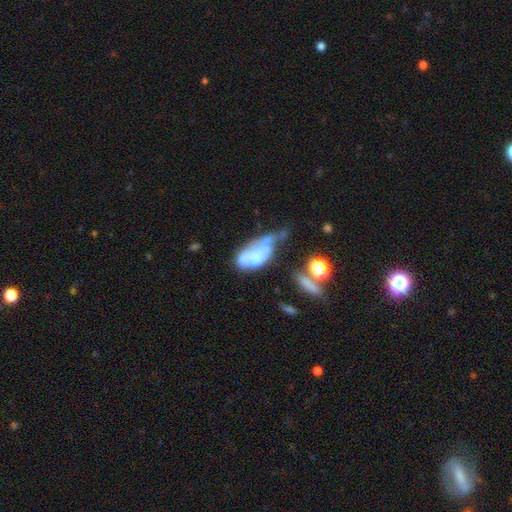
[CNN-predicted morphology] A featured or disk galaxy (48%). Merging: major disturbance (36%).